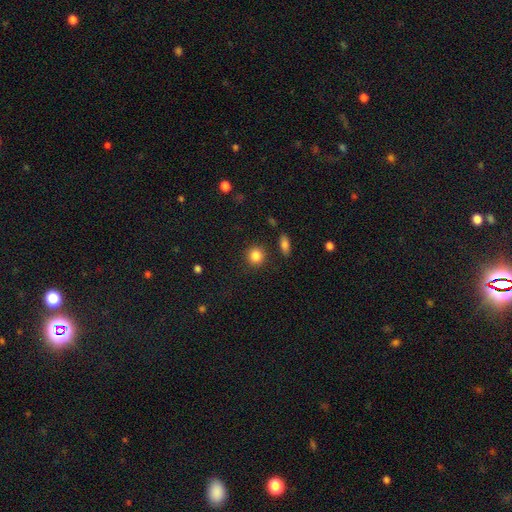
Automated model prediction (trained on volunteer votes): This appears to be a smooth galaxy with no disk features (86%) that is round (89%). Merging: none (88%).